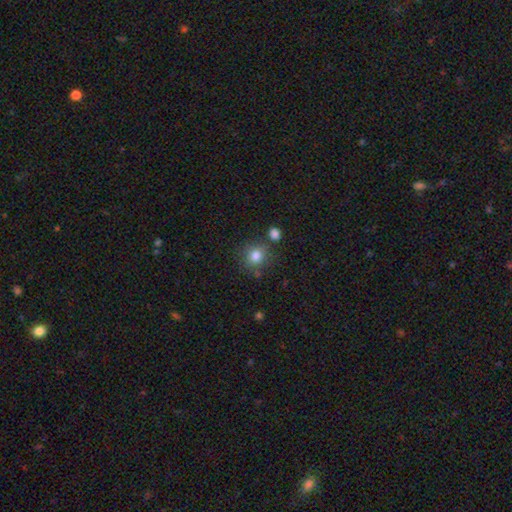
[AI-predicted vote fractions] Morphology: type=smooth (82%); roundness=round (82%); merging=none (74%).